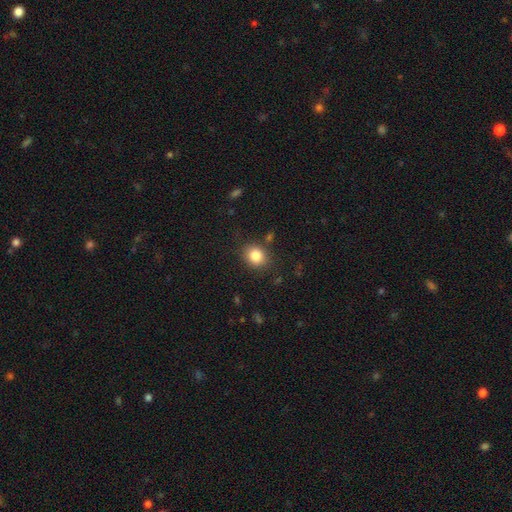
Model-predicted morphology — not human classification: This appears to be a smooth galaxy with no disk features (84%) that is round (66%). Merging: none (83%).